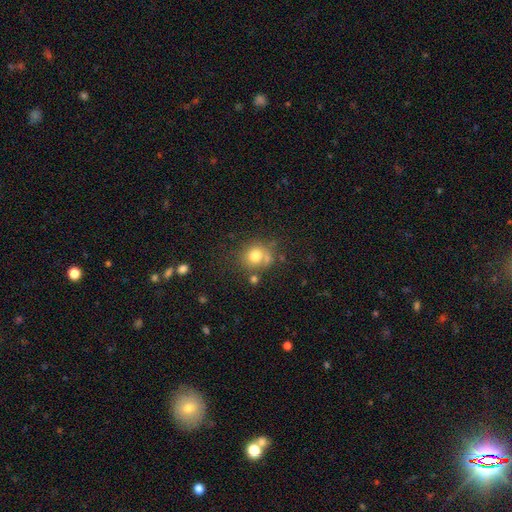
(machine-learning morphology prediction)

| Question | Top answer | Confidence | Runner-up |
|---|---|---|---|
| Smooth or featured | smooth | 76% | star or artifact (13%) |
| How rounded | round | 80% | in between (19%) |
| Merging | none | 60% | minor disturbance (17%) |